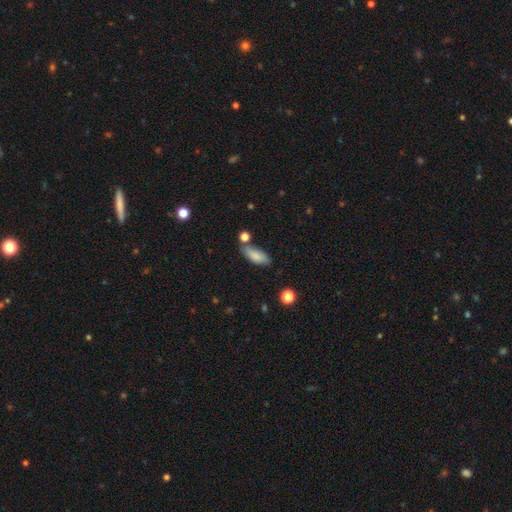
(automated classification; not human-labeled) smooth-or-featured: smooth: 83% | featured or disk: 10% | star or artifact: 7%
  how-rounded: in between: 82% | cigar-shaped: 15% | round: 2%
  merging: none: 60% | minor disturbance: 22% | merger: 12% | major disturbance: 6%